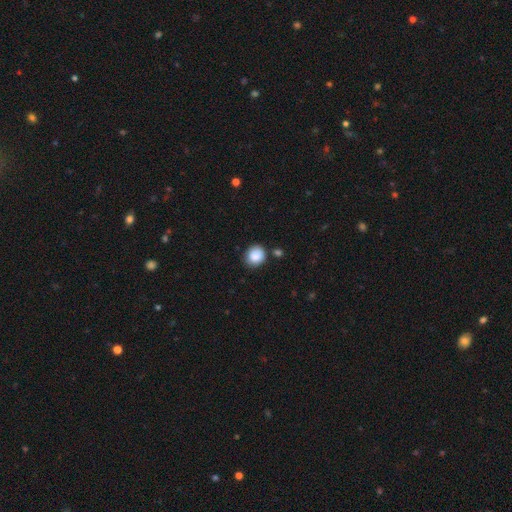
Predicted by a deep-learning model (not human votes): This appears to be a smooth galaxy with no disk features (88%) that is round (78%). Merging: none (79%).